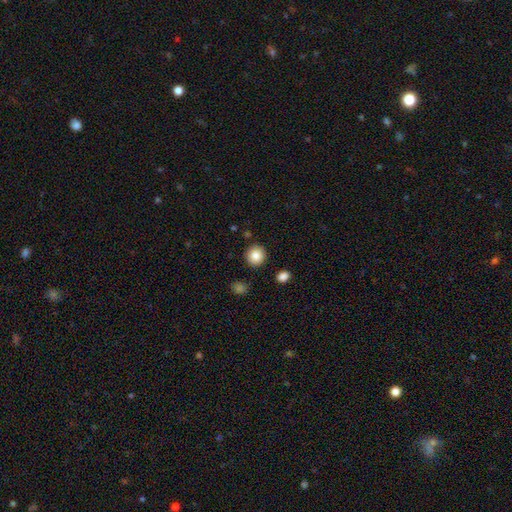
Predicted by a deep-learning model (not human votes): A smooth galaxy with no disk features (86%) that is round (90%). Merging: none (90%).